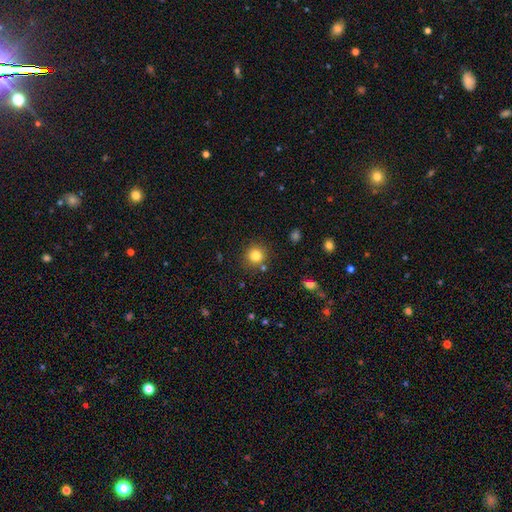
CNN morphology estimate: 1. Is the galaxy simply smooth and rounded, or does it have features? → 81% smooth, 12% star or artifact, 6% featured or disk.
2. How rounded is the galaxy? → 92% round, 7% in between, 1% cigar-shaped.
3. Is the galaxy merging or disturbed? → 84% none, 8% minor disturbance, 5% merger, 3% major disturbance.